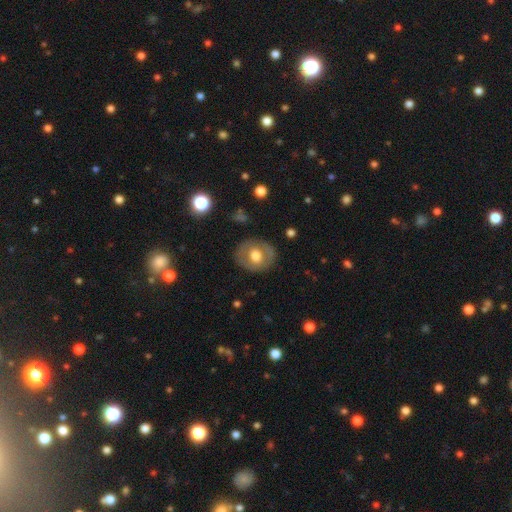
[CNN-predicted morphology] Smooth or featured? Predicted: smooth (p=0.55). How rounded? Predicted: round (p=0.67). Merging? Predicted: none (p=0.82).